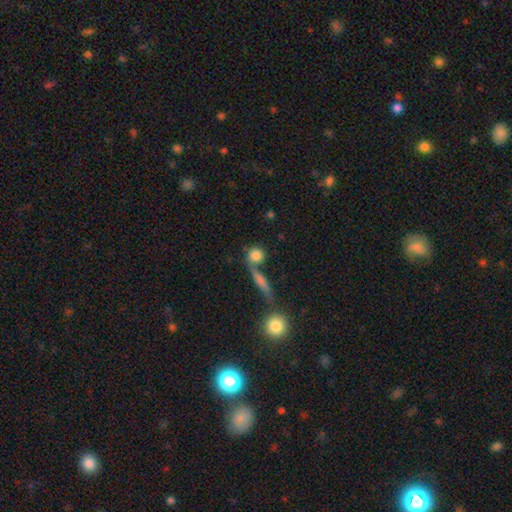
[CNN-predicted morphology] smooth_or_featured: smooth (p=0.80) [alt: featured or disk p=0.10]
how_rounded: round (p=0.83) [alt: in between p=0.11]
merging: none (p=0.57) [alt: merger p=0.27]